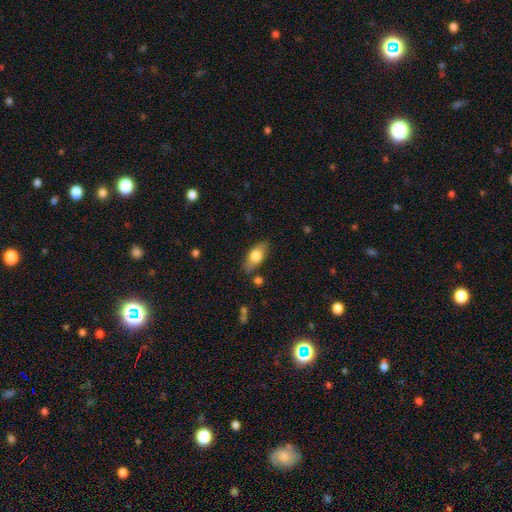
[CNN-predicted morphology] Overall: smooth (72%). How rounded: in between (85%). Merging: none (78%).